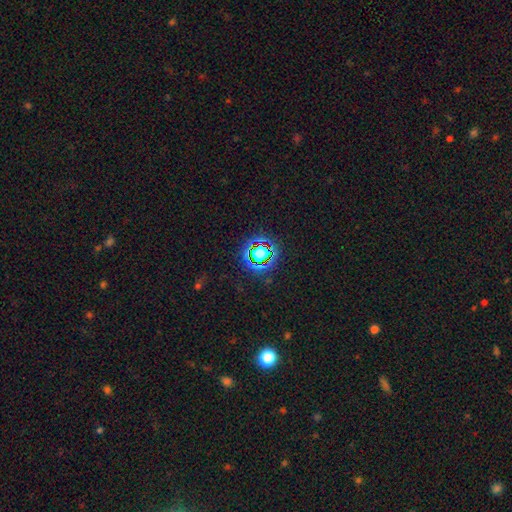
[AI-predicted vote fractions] The model was most divided on "smooth or featured": star or artifact: 71%, smooth: 20%, featured or disk: 9%.